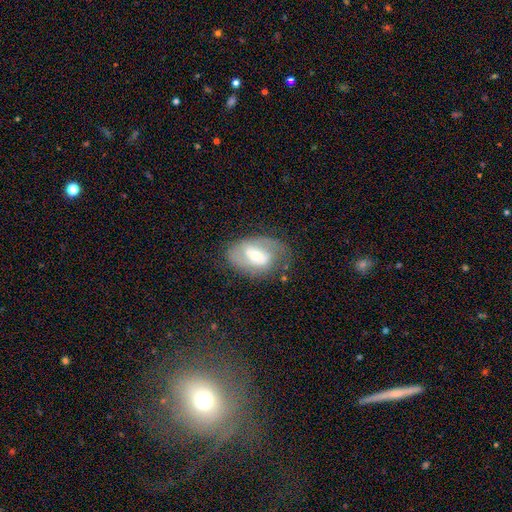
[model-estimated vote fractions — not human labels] smooth_or_featured: featured or disk (p=0.69) [alt: smooth p=0.24]
disk_edge_on: no (p=0.95) [alt: yes p=0.05]
bar: weak (p=0.43) [alt: no p=0.29]
has_spiral_arms: yes (p=0.76) [alt: no p=0.24]
bulge_size: moderate (p=0.52) [alt: small p=0.41]
merging: none (p=0.63) [alt: minor disturbance p=0.22]